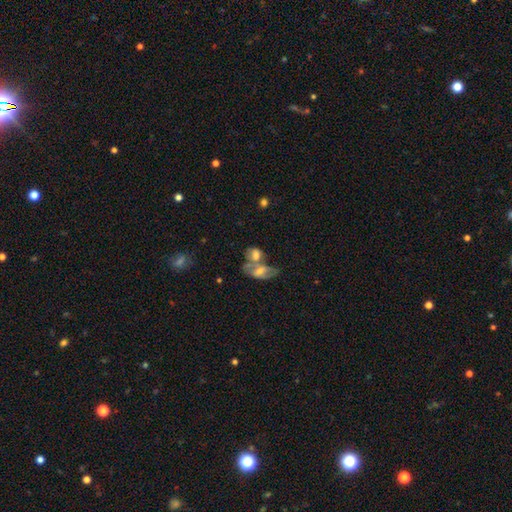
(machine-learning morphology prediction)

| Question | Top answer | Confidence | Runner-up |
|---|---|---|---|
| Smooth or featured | smooth | 62% | featured or disk (29%) |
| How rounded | in between | 72% | round (25%) |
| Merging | merger | 62% | none (21%) |